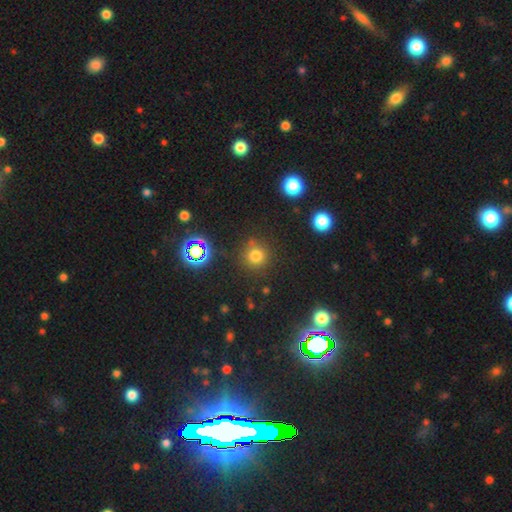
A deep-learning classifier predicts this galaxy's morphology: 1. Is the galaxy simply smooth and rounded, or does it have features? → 70% smooth, 23% star or artifact, 7% featured or disk.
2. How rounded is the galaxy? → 93% round, 6% in between, 1% cigar-shaped.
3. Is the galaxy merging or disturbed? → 83% none, 9% minor disturbance, 4% major disturbance, 4% merger.